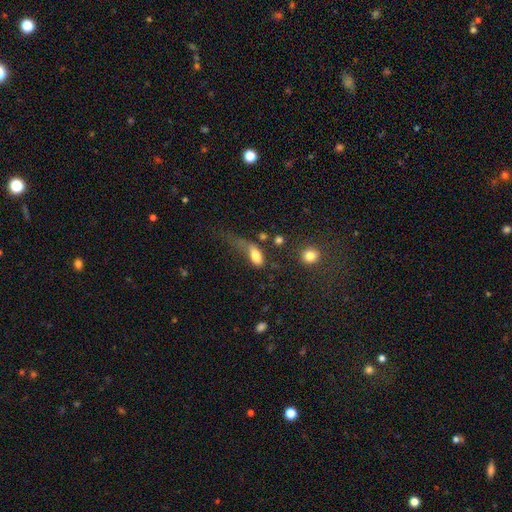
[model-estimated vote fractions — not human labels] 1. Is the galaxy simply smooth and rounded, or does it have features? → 76% smooth, 14% featured or disk, 9% star or artifact.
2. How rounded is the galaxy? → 81% in between, 12% cigar-shaped, 7% round.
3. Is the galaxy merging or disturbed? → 47% major disturbance, 24% none, 20% minor disturbance, 9% merger.